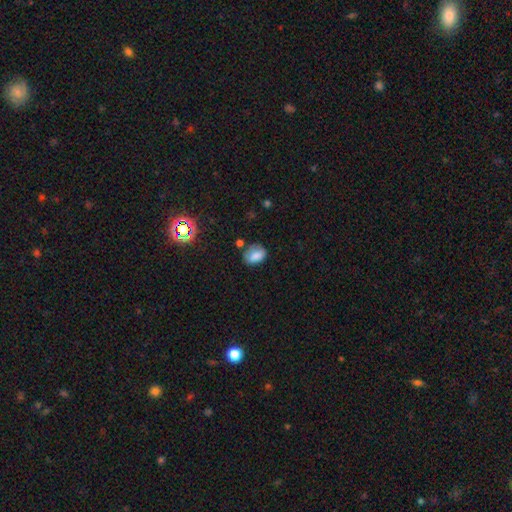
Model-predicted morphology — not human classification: Smooth or featured: smooth — 78% (star or artifact — 11%)
How rounded: in between — 70% (round — 29%)
Merging: none — 62% (minor disturbance — 25%)